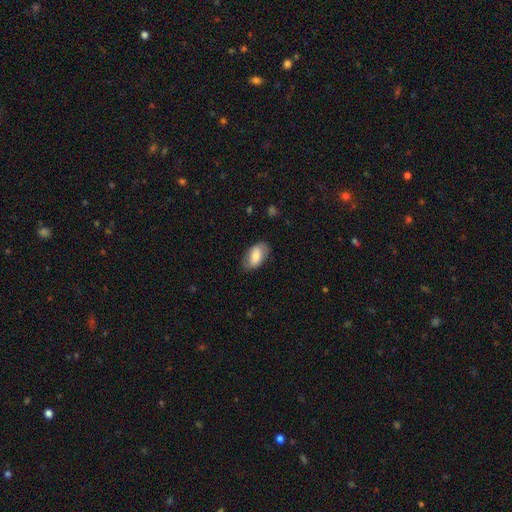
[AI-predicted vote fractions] A smooth galaxy with no disk features (72%) that is in between round and cigar-shaped (93%). Merging: none (78%).